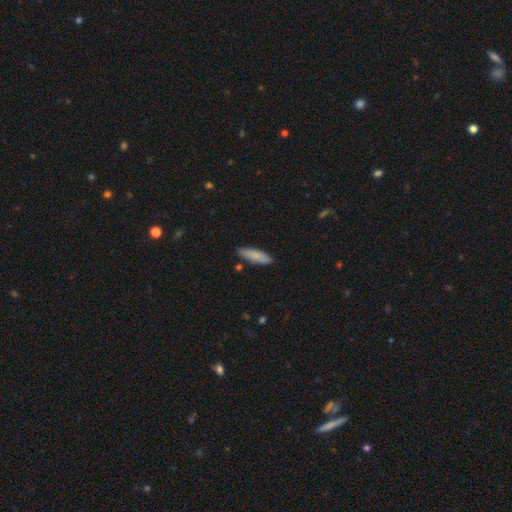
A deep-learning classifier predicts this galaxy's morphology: This appears to be a smooth galaxy with no disk features (80%) that is cigar-shaped (60%). Merging: none (83%).